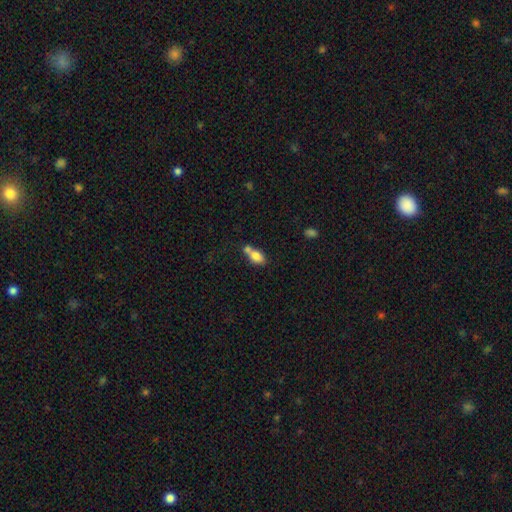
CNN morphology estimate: A smooth galaxy with no disk features (77%) that is in between round and cigar-shaped (82%). Merging: merger (46%).